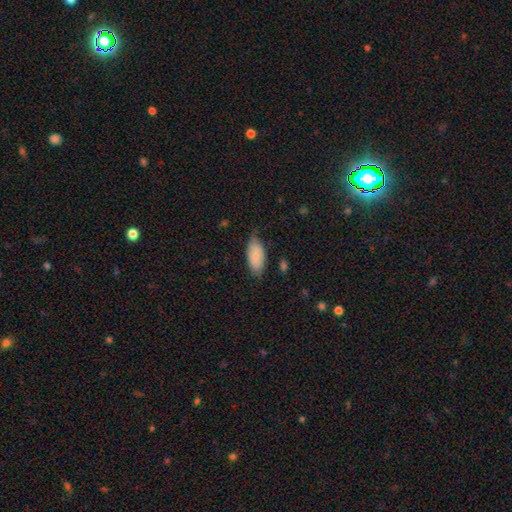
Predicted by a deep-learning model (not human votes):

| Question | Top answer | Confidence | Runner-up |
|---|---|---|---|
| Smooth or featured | smooth | 80% | featured or disk (13%) |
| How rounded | in between | 93% | cigar-shaped (5%) |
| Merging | none | 65% | minor disturbance (28%) |